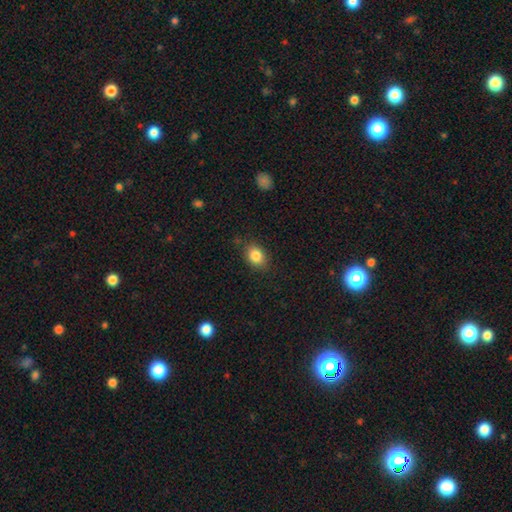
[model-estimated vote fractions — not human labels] Overall: smooth (85%). How rounded: in between (64%; round 34%). Merging: none (81%).